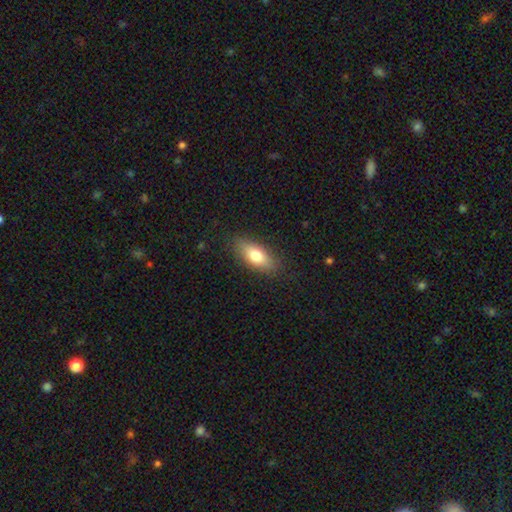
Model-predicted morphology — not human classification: Smooth or featured: smooth — 75% (featured or disk — 18%)
How rounded: in between — 77% (cigar-shaped — 19%)
Merging: none — 85% (minor disturbance — 12%)